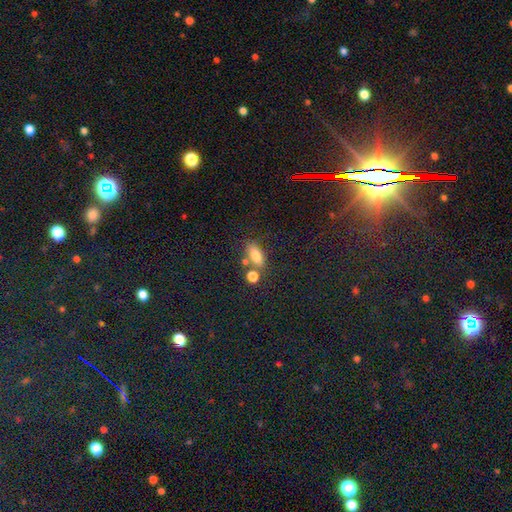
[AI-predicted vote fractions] A smooth galaxy with no disk features (77%) that is in between round and cigar-shaped (77%). Merging: none (59%).